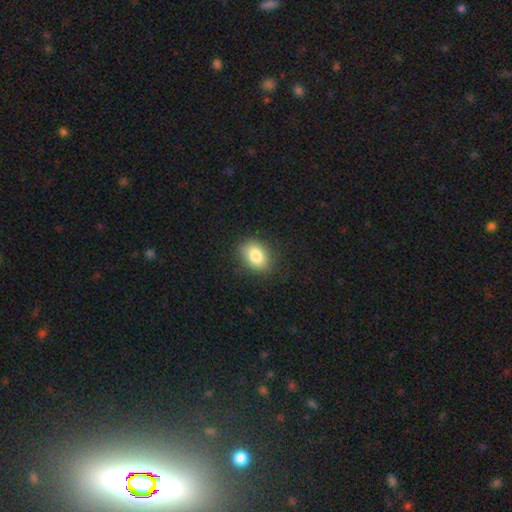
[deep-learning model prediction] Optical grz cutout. It shows a smooth galaxy with no disk features (82%) that is in between round and cigar-shaped (68%). Merging: none (84%).